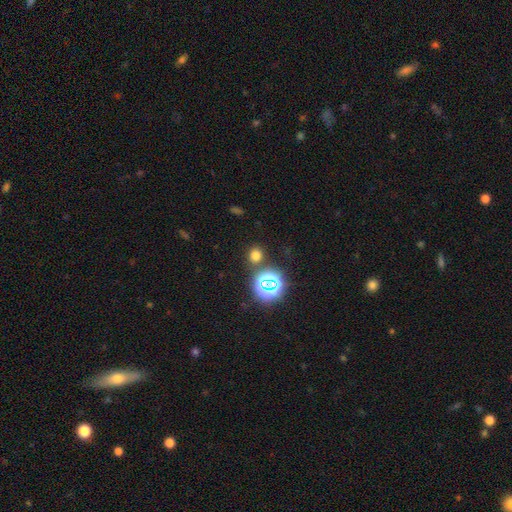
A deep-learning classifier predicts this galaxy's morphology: Overall: smooth (67%; star or artifact 27%). How rounded: round (77%). Merging: none (82%).